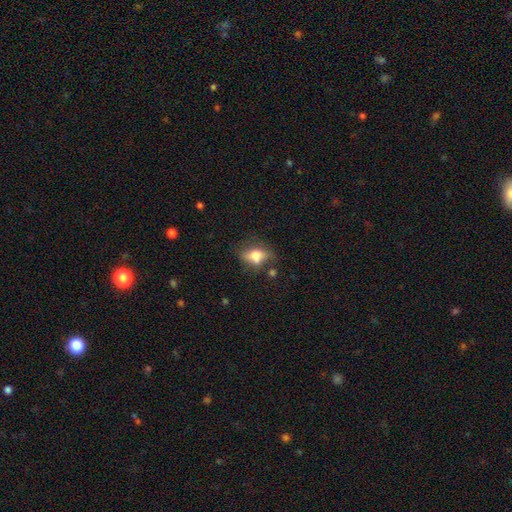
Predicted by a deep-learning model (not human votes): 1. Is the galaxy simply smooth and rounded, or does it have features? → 65% smooth, 24% featured or disk, 11% star or artifact.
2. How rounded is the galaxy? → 72% in between, 23% round, 5% cigar-shaped.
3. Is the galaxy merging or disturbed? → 54% none, 26% minor disturbance, 11% major disturbance, 9% merger.